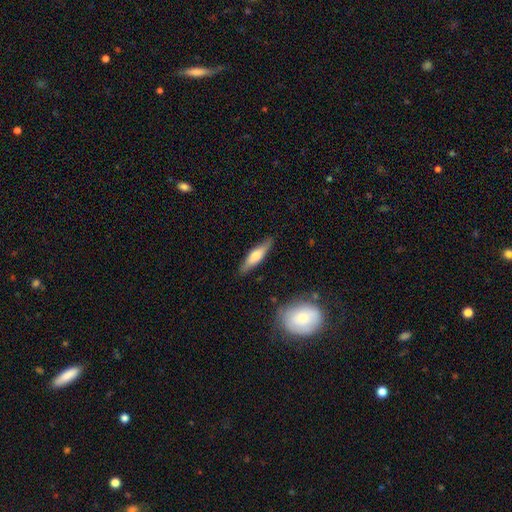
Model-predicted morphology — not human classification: type=smooth (56%); roundness=cigar-shaped (74%); merging=none (85%).